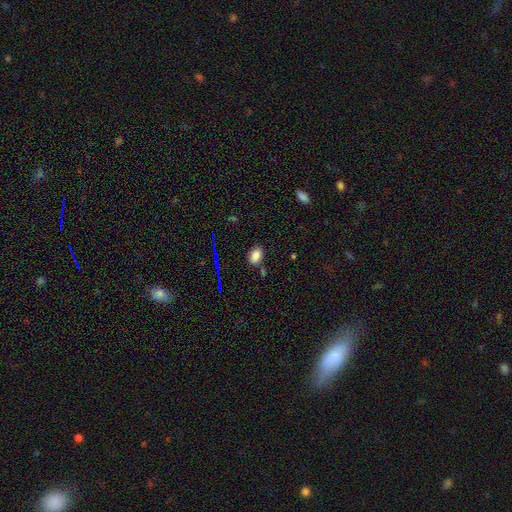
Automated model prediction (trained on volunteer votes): smooth_or_featured: smooth (p=0.82) [alt: star or artifact p=0.12]
how_rounded: in between (p=0.86) [alt: round p=0.12]
merging: none (p=0.76) [alt: minor disturbance p=0.15]